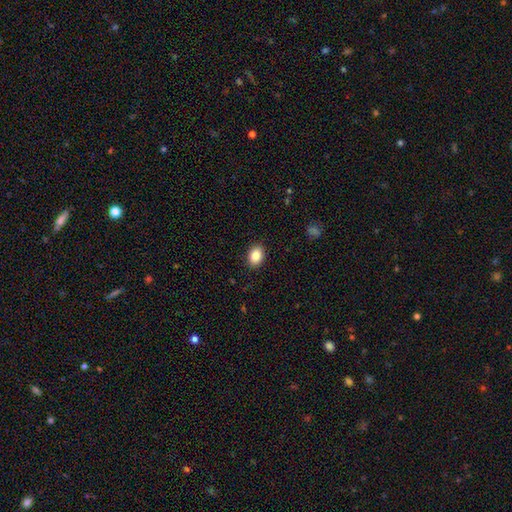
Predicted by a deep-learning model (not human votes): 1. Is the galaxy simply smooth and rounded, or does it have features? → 86% smooth, 8% star or artifact, 5% featured or disk.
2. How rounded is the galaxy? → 74% in between, 25% round, 1% cigar-shaped.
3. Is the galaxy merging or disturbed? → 90% none, 7% minor disturbance, 2% major disturbance, 1% merger.